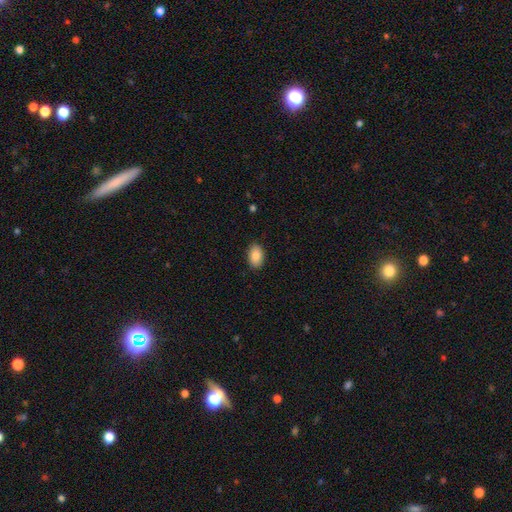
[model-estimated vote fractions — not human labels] Q: Smooth or featured?
A: smooth (87%); runner-up: star or artifact (7%)
Q: How rounded?
A: in between (90%); runner-up: round (9%)
Q: Merging?
A: none (88%); runner-up: minor disturbance (9%)